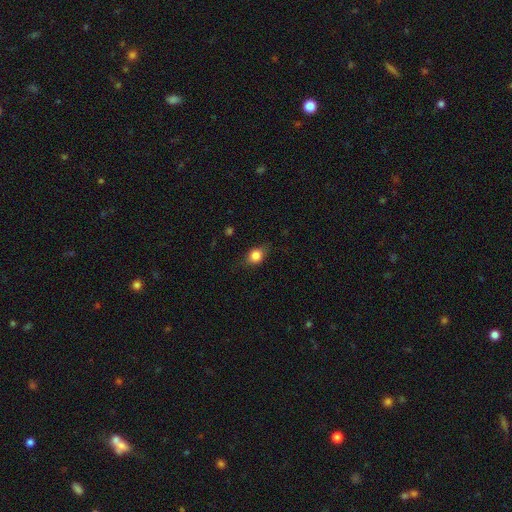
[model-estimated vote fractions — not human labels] Smooth or featured? Predicted: smooth (p=0.81). How rounded? Predicted: in between (p=0.49, tied with round). Merging? Predicted: none (p=0.74).